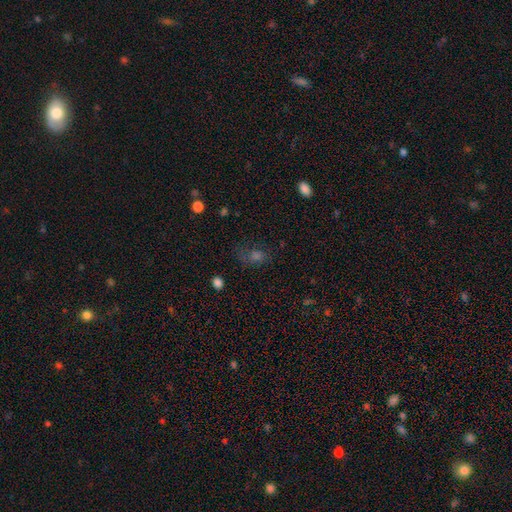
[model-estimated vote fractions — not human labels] Overall: smooth (52%; star or artifact 30%). How rounded: in between (63%; round 33%). Merging: none (53%; minor disturbance 22%).